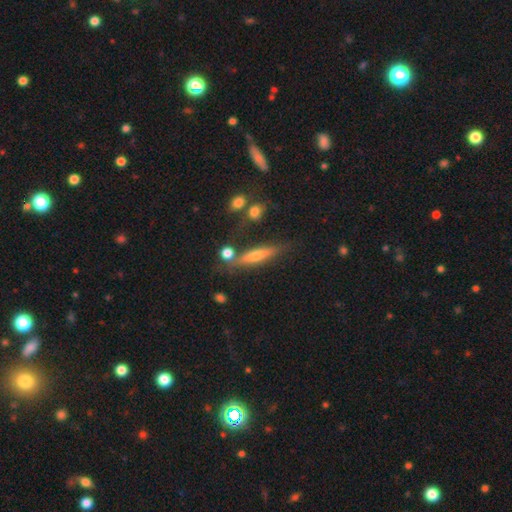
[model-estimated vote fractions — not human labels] Morphology: type=featured or disk (46%); merging=none (71%).